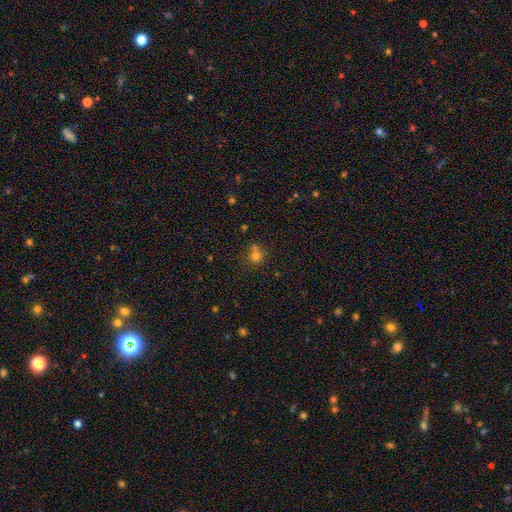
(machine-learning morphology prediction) Overall: smooth (71%). How rounded: round (85%). Merging: none (49%; merger 38%).